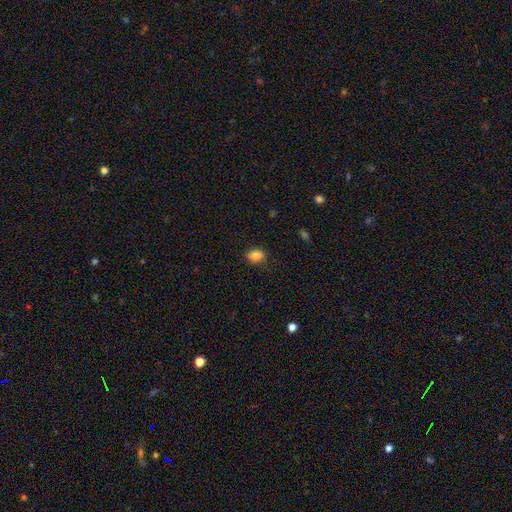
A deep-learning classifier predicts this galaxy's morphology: smooth_or_featured: smooth (p=0.83) [alt: star or artifact p=0.10]
how_rounded: in between (p=0.64) [alt: round p=0.34]
merging: none (p=0.84) [alt: minor disturbance p=0.12]